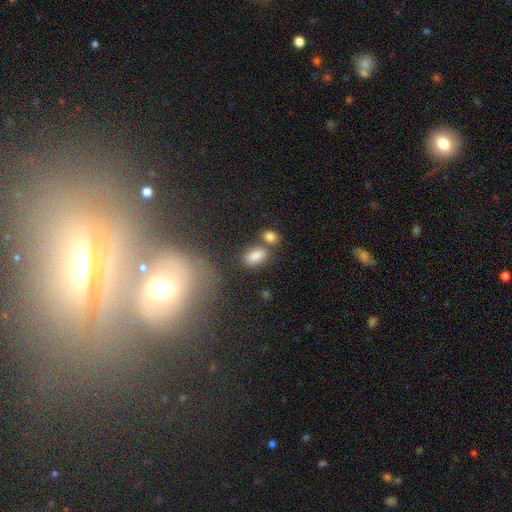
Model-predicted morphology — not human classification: A smooth galaxy with no disk features (84%) that is in between round and cigar-shaped (89%).

Vote fractions:
- Smooth or featured? smooth: 84% / star or artifact: 10% / featured or disk: 6%
- How rounded? in between: 89% / round: 9% / cigar-shaped: 2%
- Merging? none: 63% / merger: 20% / minor disturbance: 12% / major disturbance: 4%